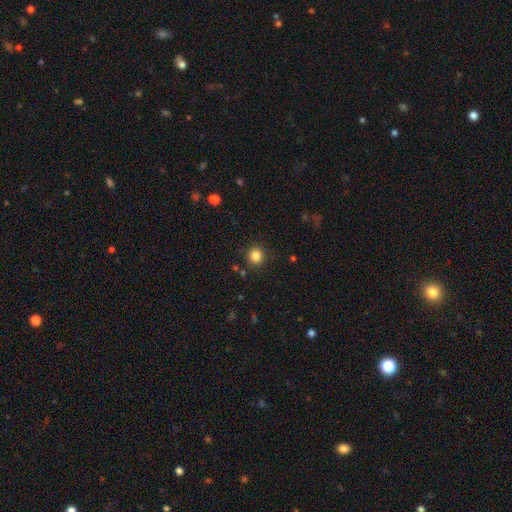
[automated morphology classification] The model was most divided on "smooth or featured": smooth: 84%, star or artifact: 12%, featured or disk: 4%. More confident: how rounded — round (92%); merging — none (89%).